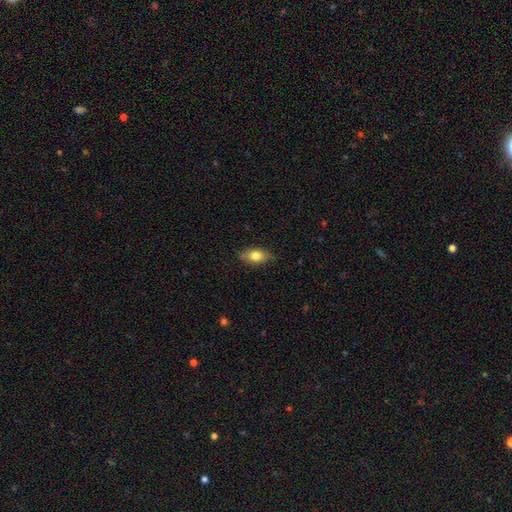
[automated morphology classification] type=smooth (78%); roundness=in between (86%); merging=none (80%).